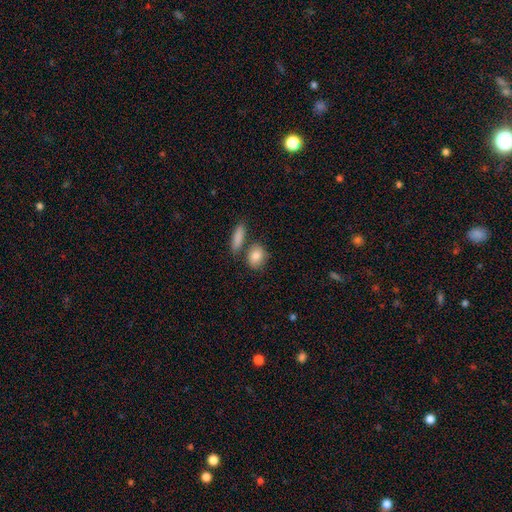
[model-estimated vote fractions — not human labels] Q: Smooth or featured?
A: smooth (86%); runner-up: featured or disk (8%)
Q: How rounded?
A: in between (58%); runner-up: round (38%)
Q: Merging?
A: none (60%); runner-up: merger (21%)